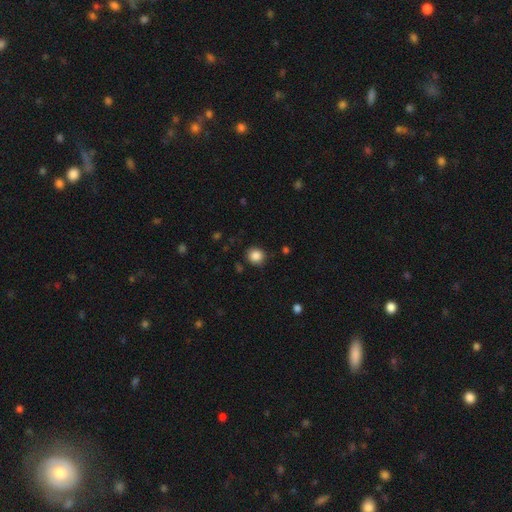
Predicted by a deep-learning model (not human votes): smooth_or_featured: smooth (p=0.87) [alt: star or artifact p=0.10]
how_rounded: round (p=0.85) [alt: in between p=0.14]
merging: none (p=0.87) [alt: minor disturbance p=0.09]